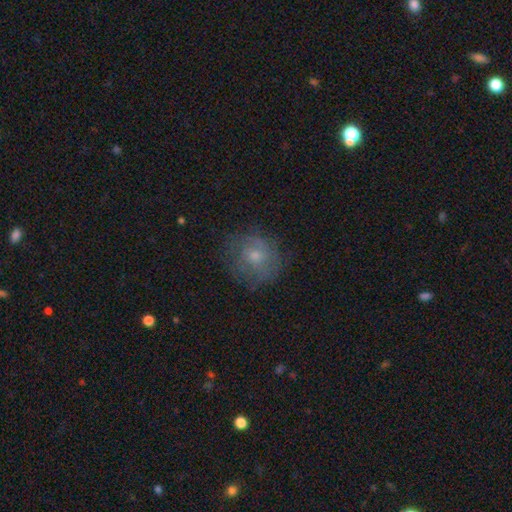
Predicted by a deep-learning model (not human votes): The model was most divided on "smooth or featured": smooth: 52%, featured or disk: 37%, star or artifact: 11%. More confident: how rounded — round (81%); merging — none (68%).